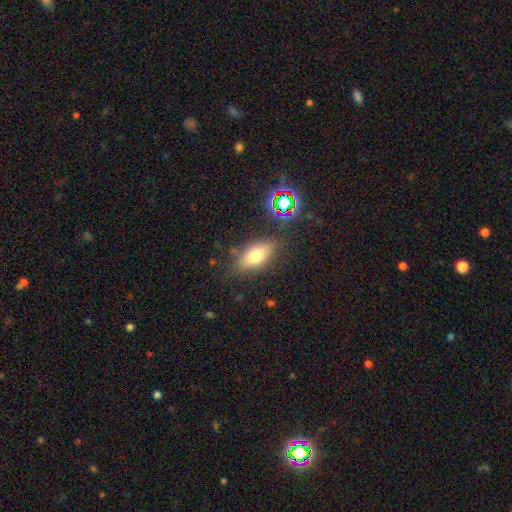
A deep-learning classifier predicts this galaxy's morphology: Smooth or featured? Predicted: smooth (p=0.70). How rounded? Predicted: in between (p=0.84). Merging? Predicted: none (p=0.77).